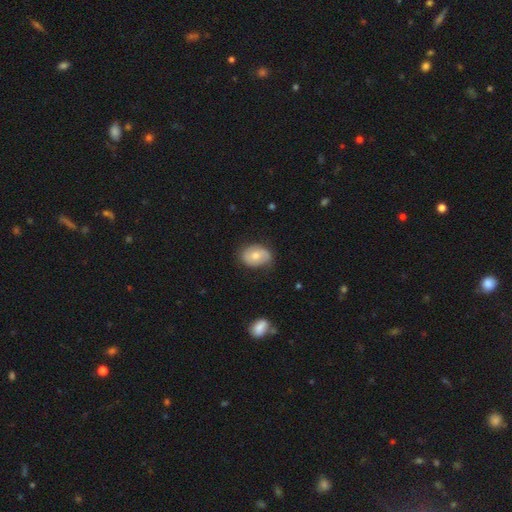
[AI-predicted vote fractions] A smooth galaxy with no disk features (56%) that is in between round and cigar-shaped (73%). Merging: none (72%).